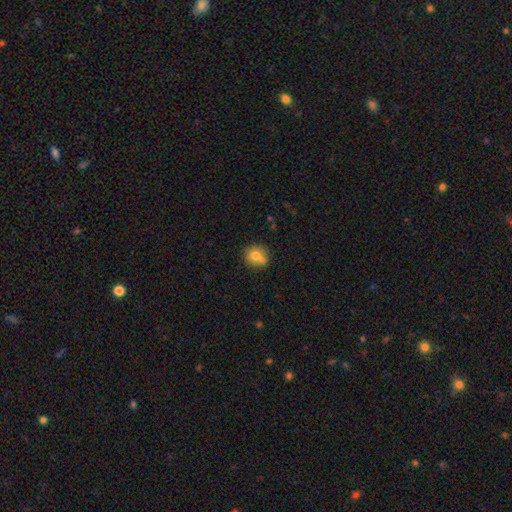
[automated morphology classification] smooth 72%, featured or disk 18%, star or artifact 10%. Down the decision tree: how rounded — round (80%); merging — none (57%).